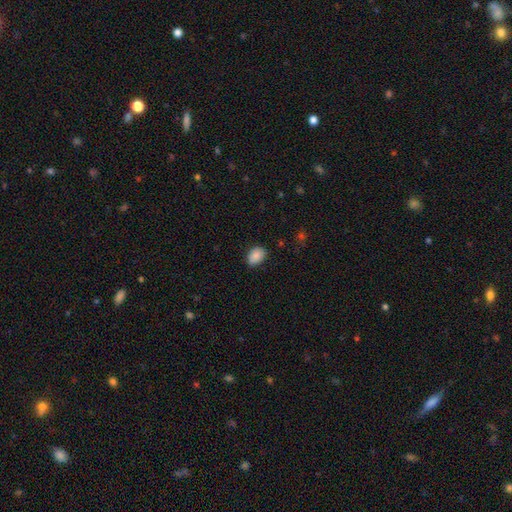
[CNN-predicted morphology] This appears to be a smooth galaxy with no disk features (87%) that is in between round and cigar-shaped (73%). Merging: none (79%).